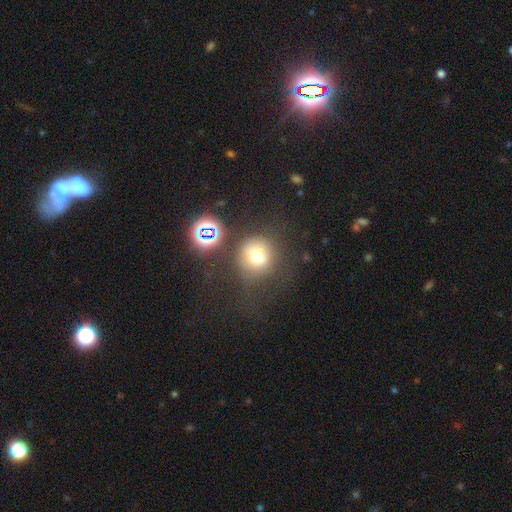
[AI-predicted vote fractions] This appears to be a smooth galaxy with no disk features (68%) that is round (89%). Merging: none (67%).